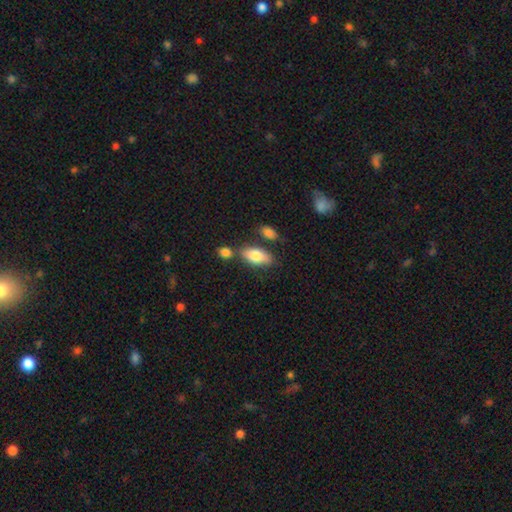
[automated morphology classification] Smooth or featured? smooth (79%)
How rounded? in between (88%)
Merging? none (67%)